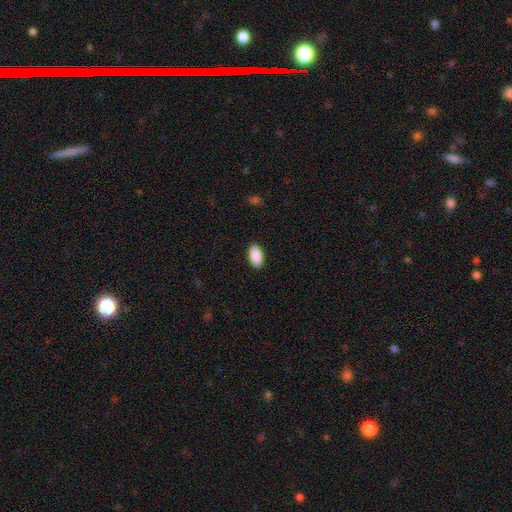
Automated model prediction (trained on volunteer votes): Morphology: type=smooth (91%); roundness=in between (95%); merging=none (90%).